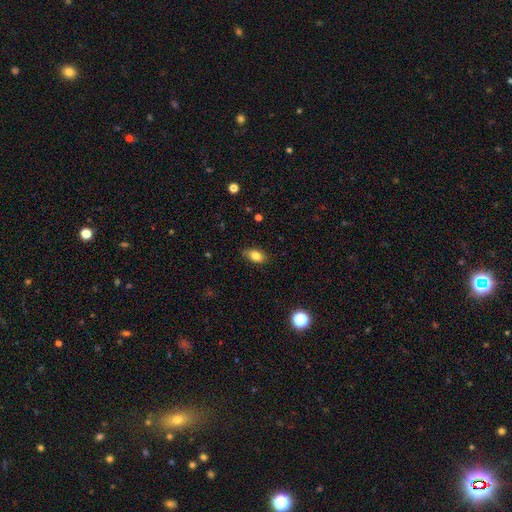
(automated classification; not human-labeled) A smooth galaxy with no disk features (82%) that is in between round and cigar-shaped (87%).

Vote fractions:
- Smooth or featured? smooth: 82% / featured or disk: 9% / star or artifact: 9%
- How rounded? in between: 87% / round: 10% / cigar-shaped: 2%
- Merging? none: 81% / minor disturbance: 15% / major disturbance: 3% / merger: 1%